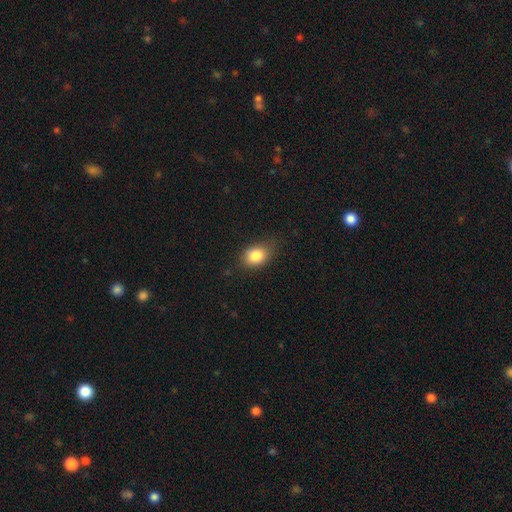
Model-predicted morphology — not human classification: smooth_or_featured: smooth (p=0.82) [alt: star or artifact p=0.09]
how_rounded: in between (p=0.70) [alt: round p=0.29]
merging: none (p=0.71) [alt: minor disturbance p=0.23]